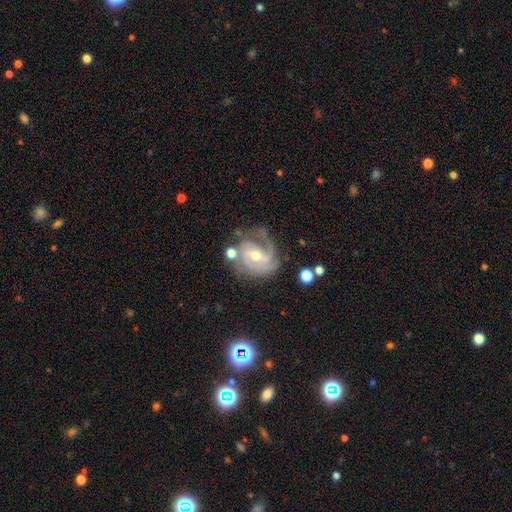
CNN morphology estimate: A featured or disk galaxy (88%) with no bar (46%), 3 (40%) tight (55%) spiral arms (97%) and a moderate central bulge (55%).

Vote fractions:
- Smooth or featured? featured or disk: 88% / star or artifact: 6% / smooth: 6%
- Edge-on disk? no: 98% / yes: 2%
- Bar? no: 46% / weak: 41% / strong: 13%
- Spiral arms? yes: 97% / no: 3%
- Spiral winding? tight: 55% / medium: 37% / loose: 8%
- Spiral arm count? 3: 40% / 2: 25% / can't tell: 16% / 4: 9% / 1: 6% / more than 4: 4%
- Bulge size? moderate: 55% / small: 41% / large: 2% / none: 1% / dominant: 1%
- Merging? none: 61% / minor disturbance: 21% / major disturbance: 12% / merger: 6%